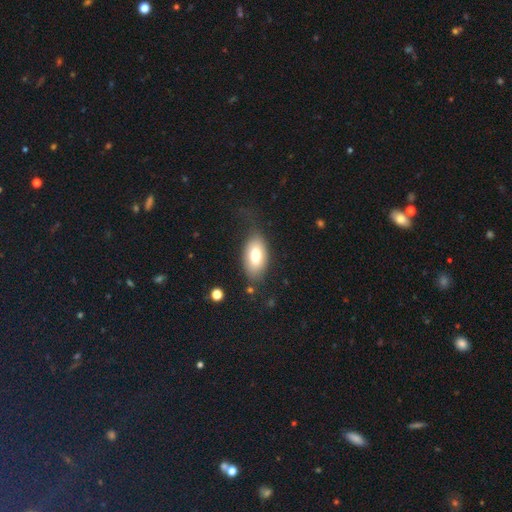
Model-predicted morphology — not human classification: type=smooth (73%); roundness=in between (92%); merging=none (65%).